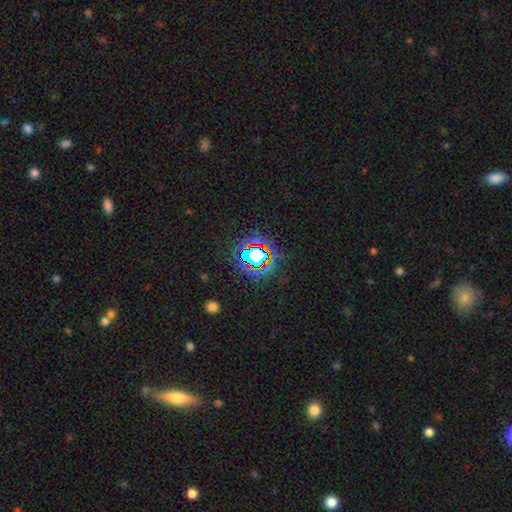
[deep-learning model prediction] Q: Smooth or featured?
A: star or artifact (70%); runner-up: smooth (19%)